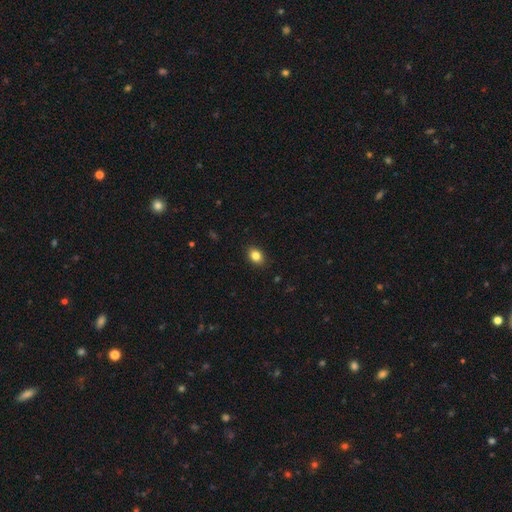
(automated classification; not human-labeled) Smooth or featured: smooth — 84% (star or artifact — 10%)
How rounded: in between — 66% (round — 33%)
Merging: none — 89% (minor disturbance — 8%)